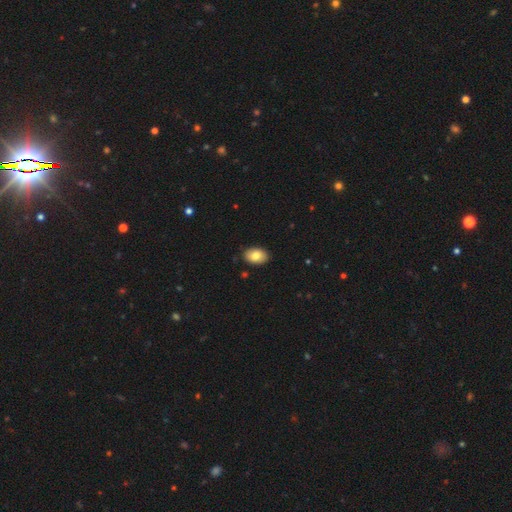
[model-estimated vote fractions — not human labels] smooth_or_featured: smooth (p=0.81) [alt: featured or disk p=0.12]
how_rounded: in between (p=0.88) [alt: round p=0.11]
merging: none (p=0.88) [alt: minor disturbance p=0.10]